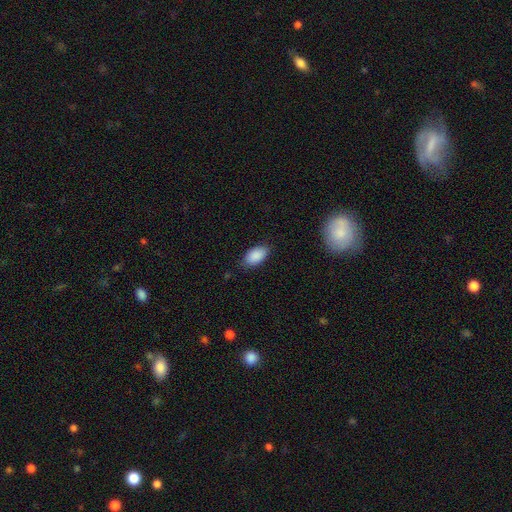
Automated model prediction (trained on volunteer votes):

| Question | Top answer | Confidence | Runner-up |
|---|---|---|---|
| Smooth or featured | smooth | 89% | star or artifact (7%) |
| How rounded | in between | 94% | round (4%) |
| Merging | none | 82% | minor disturbance (13%) |